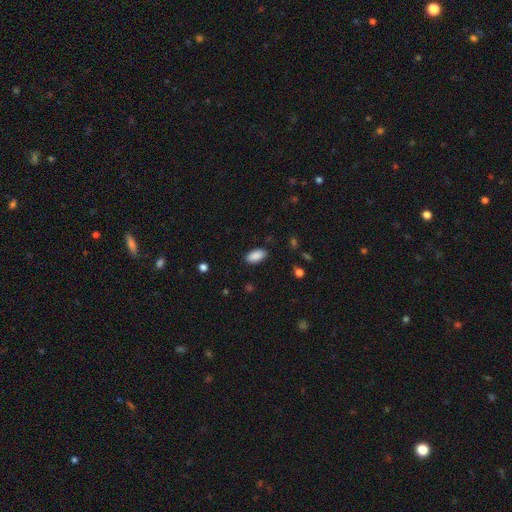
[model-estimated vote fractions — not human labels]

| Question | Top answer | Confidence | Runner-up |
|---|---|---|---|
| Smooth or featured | smooth | 90% | star or artifact (7%) |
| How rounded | in between | 94% | cigar-shaped (4%) |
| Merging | none | 88% | minor disturbance (9%) |